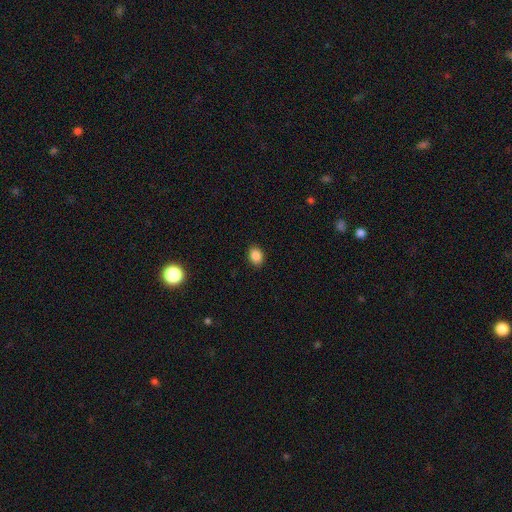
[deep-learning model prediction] This is clearly a smooth galaxy (87%). How rounded: likely in between (66%). Merging: clearly none (89%).